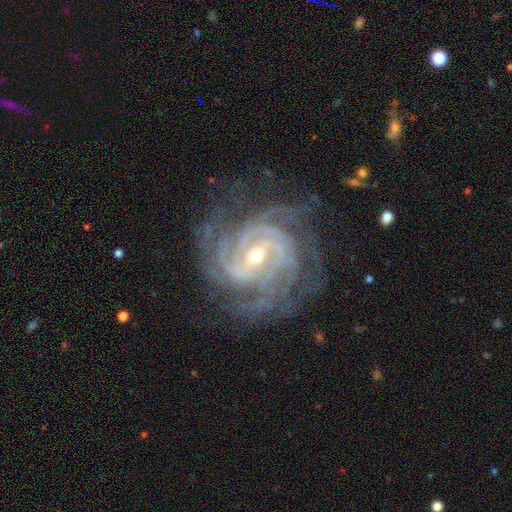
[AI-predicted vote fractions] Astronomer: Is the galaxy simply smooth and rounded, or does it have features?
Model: featured or disk — 92%.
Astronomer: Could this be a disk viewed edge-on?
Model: no — 97%.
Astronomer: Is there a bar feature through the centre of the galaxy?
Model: weak — 45% (runner-up: strong, 36%).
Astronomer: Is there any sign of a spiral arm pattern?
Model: yes — 98%.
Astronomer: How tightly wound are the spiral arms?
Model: tight — 74%.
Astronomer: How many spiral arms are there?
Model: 4 — 30% (runner-up: 3, 19%).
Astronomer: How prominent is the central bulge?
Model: small — 60% (runner-up: moderate, 37%).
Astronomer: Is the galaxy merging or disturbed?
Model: none — 76%.